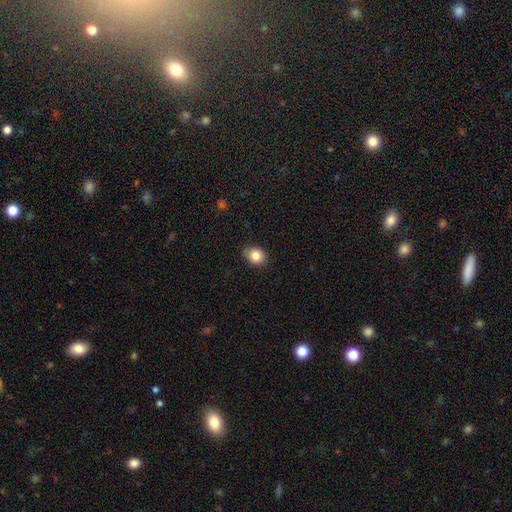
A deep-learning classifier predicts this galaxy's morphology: This appears to be a smooth galaxy with no disk features (84%) that is round (59%). Merging: none (80%).